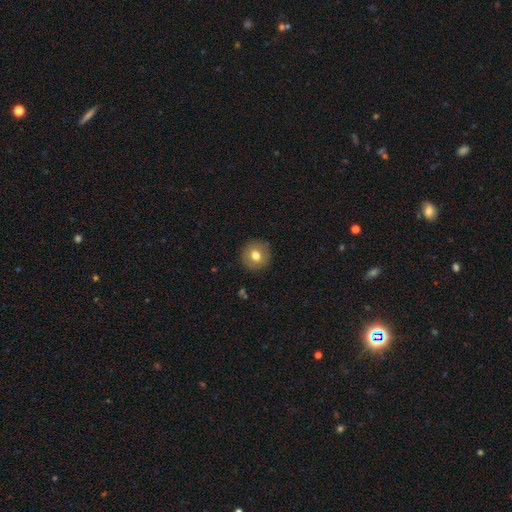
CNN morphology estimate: type=smooth (74%); roundness=round (93%); merging=none (90%).